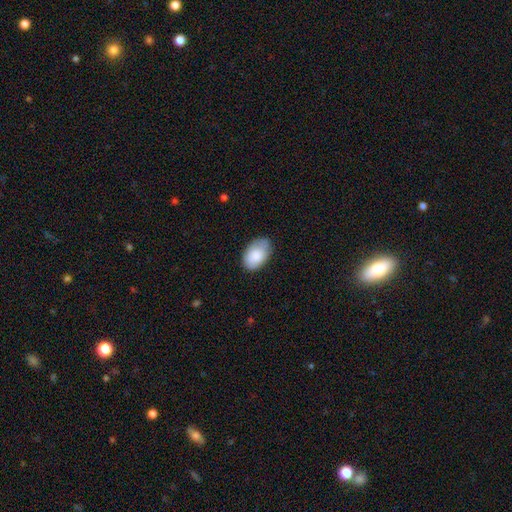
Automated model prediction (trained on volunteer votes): Morphology: type=smooth (85%); roundness=in between (91%); merging=none (73%).